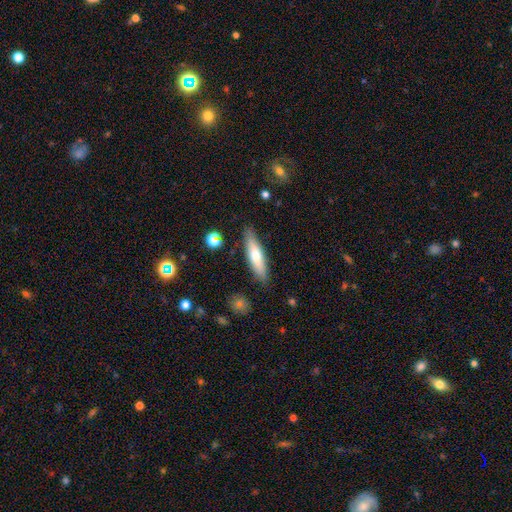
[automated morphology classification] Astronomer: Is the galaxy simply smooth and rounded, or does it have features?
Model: smooth — 64%.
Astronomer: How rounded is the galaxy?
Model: cigar-shaped — 73%.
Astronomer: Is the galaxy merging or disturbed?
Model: none — 85%.